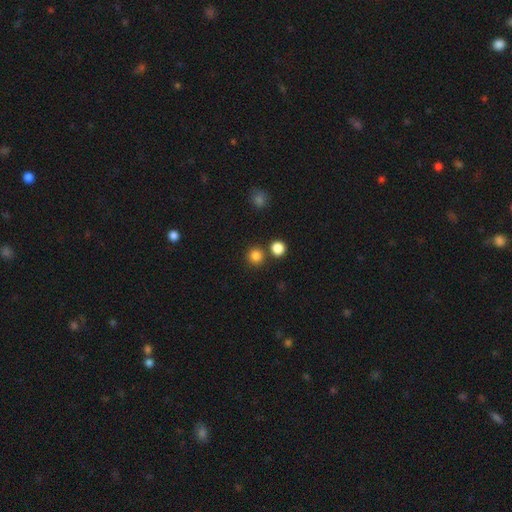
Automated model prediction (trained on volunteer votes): Smooth or featured? smooth (83%)
How rounded? round (92%)
Merging? none (81%)